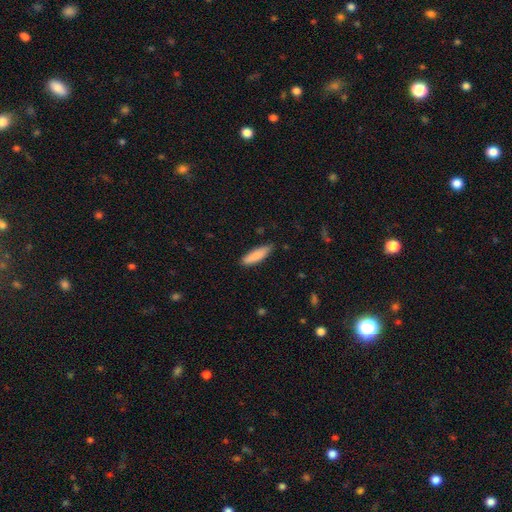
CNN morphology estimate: Overall: smooth (86%). How rounded: cigar-shaped (61%; in between 38%). Merging: none (82%).